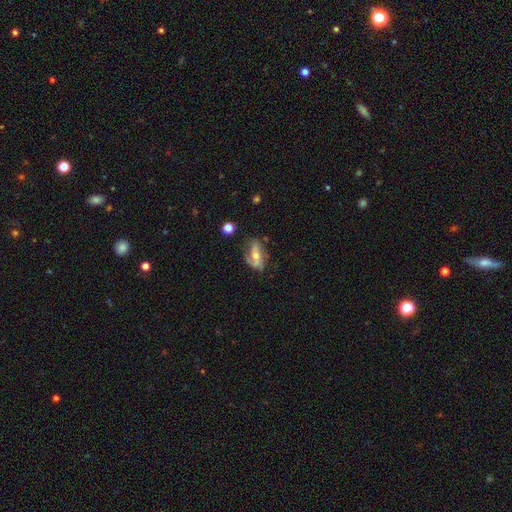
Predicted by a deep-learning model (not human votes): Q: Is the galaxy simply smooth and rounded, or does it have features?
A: featured or disk — 61%.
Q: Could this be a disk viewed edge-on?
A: no — 89%.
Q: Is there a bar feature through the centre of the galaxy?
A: no — 51%.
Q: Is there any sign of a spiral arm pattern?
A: yes — 75%.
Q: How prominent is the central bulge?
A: moderate — 56%.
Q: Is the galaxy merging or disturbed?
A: none — 51%.